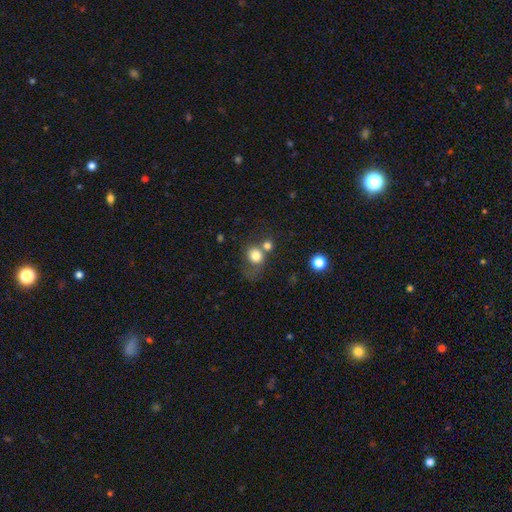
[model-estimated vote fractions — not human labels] Smooth or featured? Predicted: smooth (p=0.79). How rounded? Predicted: round (p=0.76). Merging? Predicted: none (p=0.39).